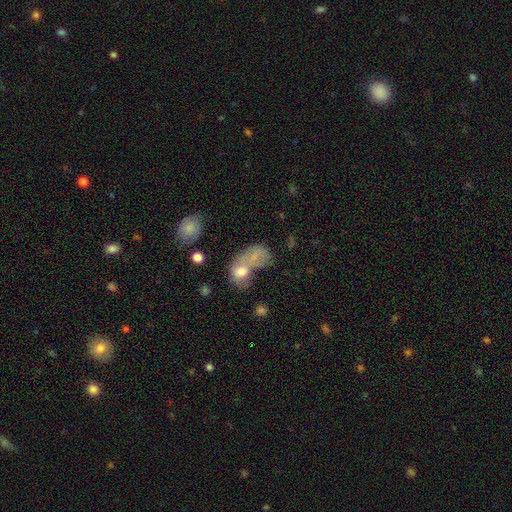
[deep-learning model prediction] Smooth or featured? smooth (67%)
How rounded? in between (69%)
Merging? merger (59%)